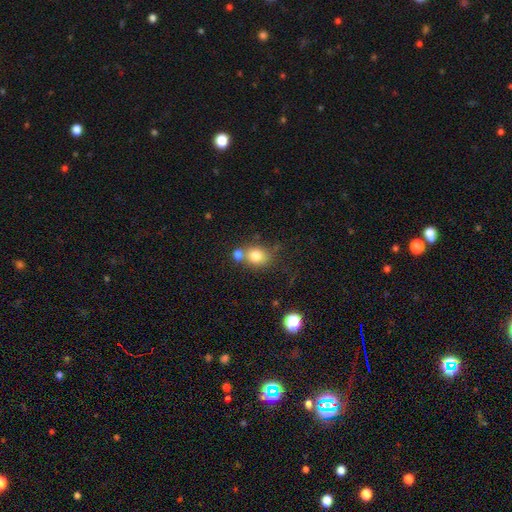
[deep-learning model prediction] This appears to be a smooth galaxy with no disk features (79%) that is round (64%). Merging: none (52%).